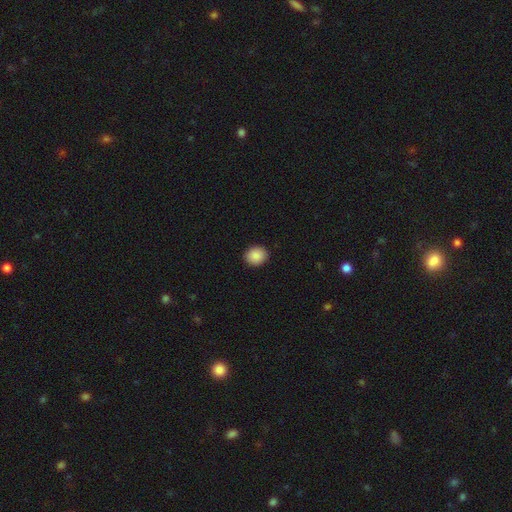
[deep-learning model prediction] Q: Smooth or featured?
A: smooth (89%); runner-up: star or artifact (8%)
Q: How rounded?
A: round (72%); runner-up: in between (27%)
Q: Merging?
A: none (91%); runner-up: minor disturbance (7%)